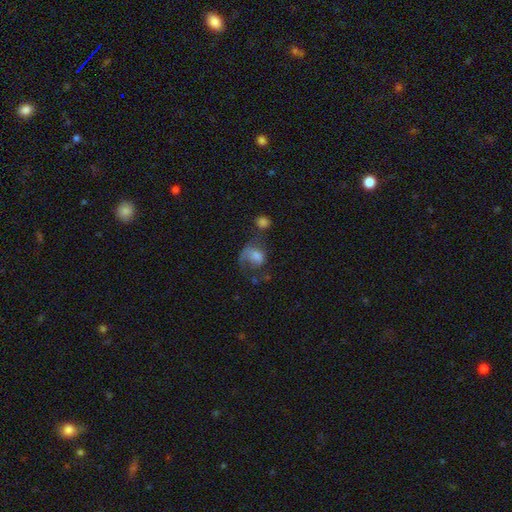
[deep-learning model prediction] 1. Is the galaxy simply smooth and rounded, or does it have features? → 47% smooth, 41% featured or disk, 12% star or artifact.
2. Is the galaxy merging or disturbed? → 40% major disturbance, 28% none, 19% minor disturbance, 13% merger.